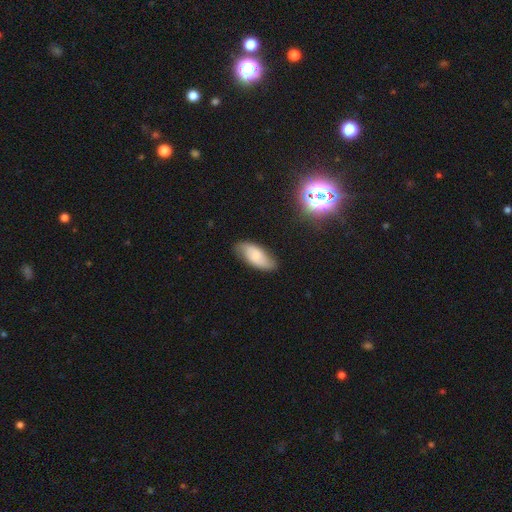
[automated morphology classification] Smooth or featured? smooth (58%)
How rounded? in between (87%)
Merging? none (77%)